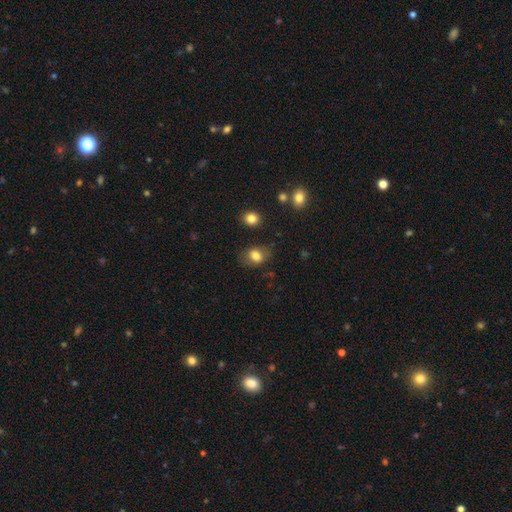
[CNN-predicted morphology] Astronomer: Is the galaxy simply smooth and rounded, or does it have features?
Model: smooth — 80%.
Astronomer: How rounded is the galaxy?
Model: in between — 63%.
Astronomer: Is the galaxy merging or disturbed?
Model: none — 72%.